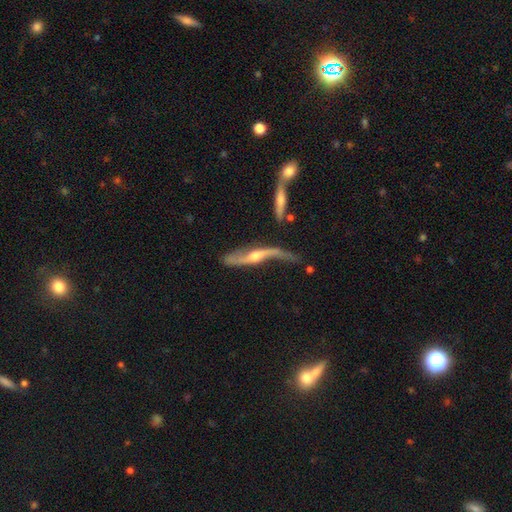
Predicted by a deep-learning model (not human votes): A featured or disk galaxy (84%).

Vote fractions:
- Smooth or featured? featured or disk: 84% / smooth: 11% / star or artifact: 5%
- Edge-on disk? no: 59% / yes: 41%
- Merging? none: 47% / minor disturbance: 24% / major disturbance: 17% / merger: 12%